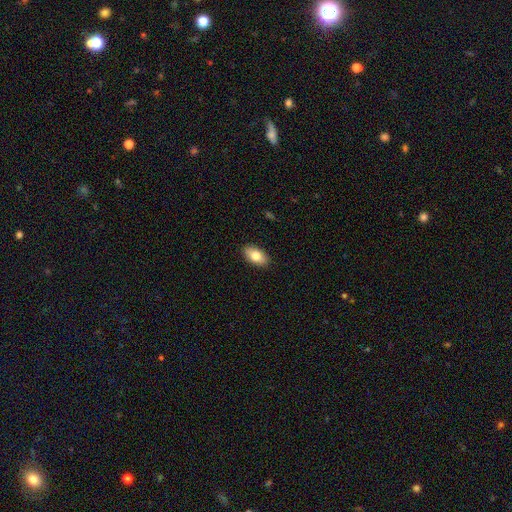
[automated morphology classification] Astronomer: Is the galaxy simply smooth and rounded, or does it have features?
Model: smooth — 81%.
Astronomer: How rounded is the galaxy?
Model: in between — 93%.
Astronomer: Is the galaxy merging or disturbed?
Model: none — 89%.